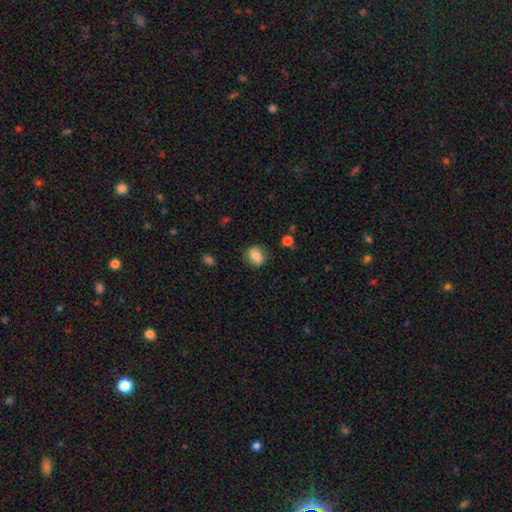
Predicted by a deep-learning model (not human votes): Q: Smooth or featured?
A: smooth (76%); runner-up: featured or disk (15%)
Q: How rounded?
A: round (50%); runner-up: in between (49%)
Q: Merging?
A: none (80%); runner-up: minor disturbance (14%)